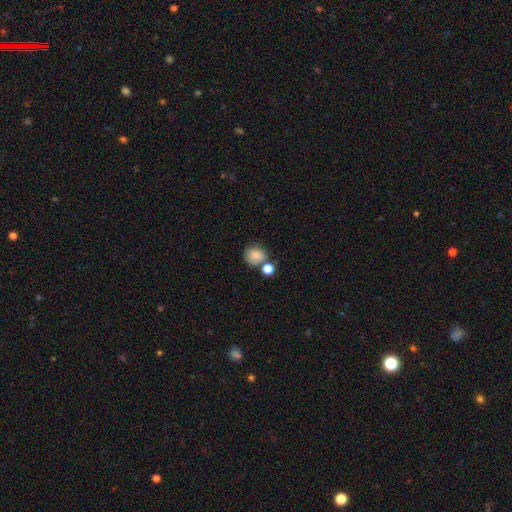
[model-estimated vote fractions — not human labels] smooth 83%, star or artifact 10%, featured or disk 7%. Down the decision tree: how rounded — round (77%); merging — none (56%).